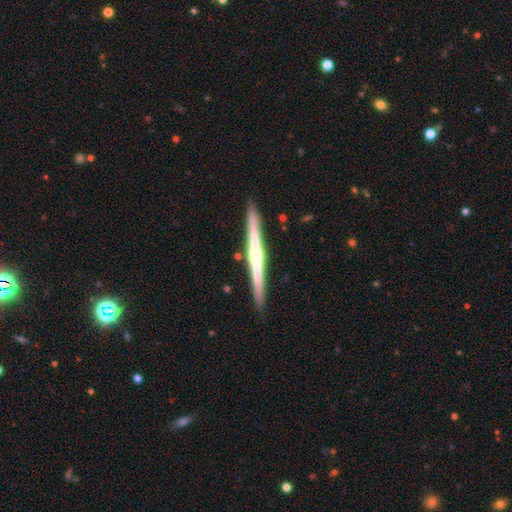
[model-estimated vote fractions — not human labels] Smooth or featured?
  - featured or disk: 72% *
  - smooth: 23%
  - star or artifact: 5%
Edge-on disk?
  - yes: 98% *
  - no: 2%
Edge-on bulge?
  - rounded: 64% *
  - none: 24%
  - boxy: 12%
Merging?
  - none: 91% *
  - minor disturbance: 6%
  - merger: 1%
  - major disturbance: 1%